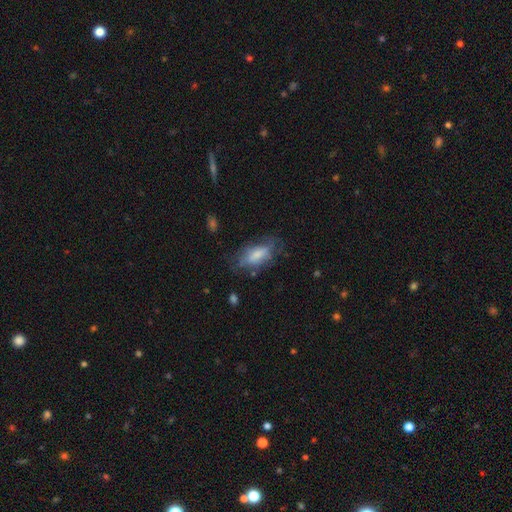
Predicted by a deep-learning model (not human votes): Smooth or featured? smooth (63%)
How rounded? in between (80%)
Merging? none (62%)